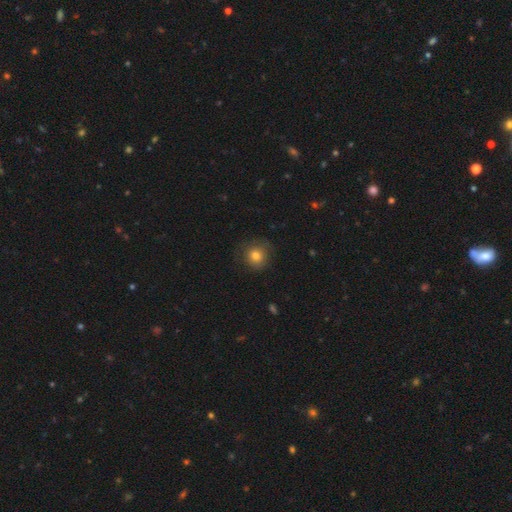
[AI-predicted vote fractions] A smooth galaxy with no disk features (79%) that is round (89%). Merging: none (78%).